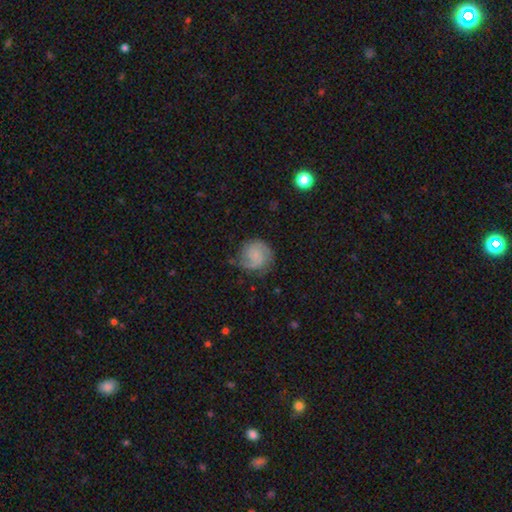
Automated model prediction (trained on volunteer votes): featured or disk 72%, smooth 20%, star or artifact 7%. Down the decision tree: edge-on disk — no (98%); bar — no (66%); spiral arms — yes (96%); spiral arm count — 2 (60%); spiral winding — tight (52%); bulge size — small (47%); merging — none (71%).